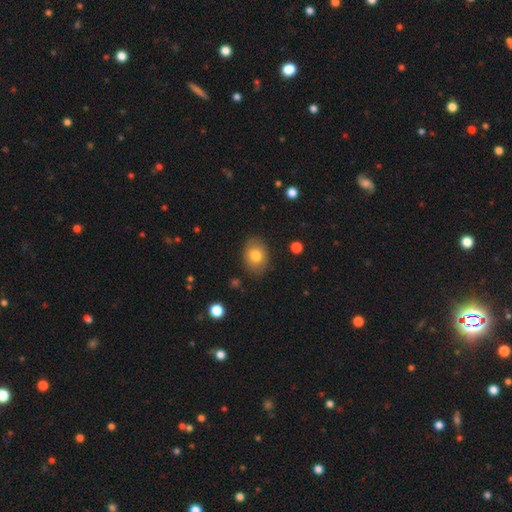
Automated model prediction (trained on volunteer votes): A smooth galaxy with no disk features (77%) that is in between round and cigar-shaped (68%). Merging: none (84%).